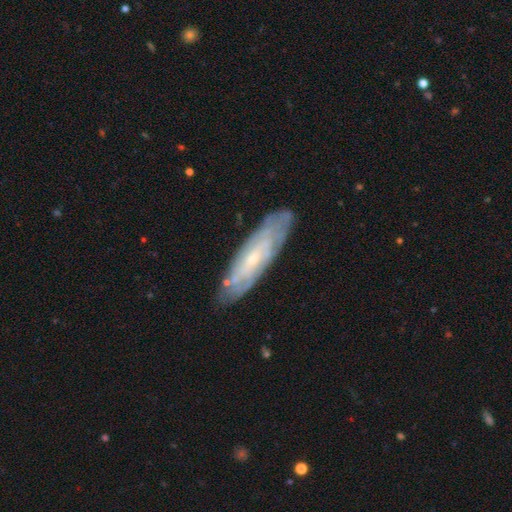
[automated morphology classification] A featured or disk galaxy (71%).

Vote fractions:
- Smooth or featured? featured or disk: 71% / smooth: 22% / star or artifact: 8%
- Edge-on disk? no: 69% / yes: 31%
- Merging? none: 84% / minor disturbance: 12% / major disturbance: 3% / merger: 1%